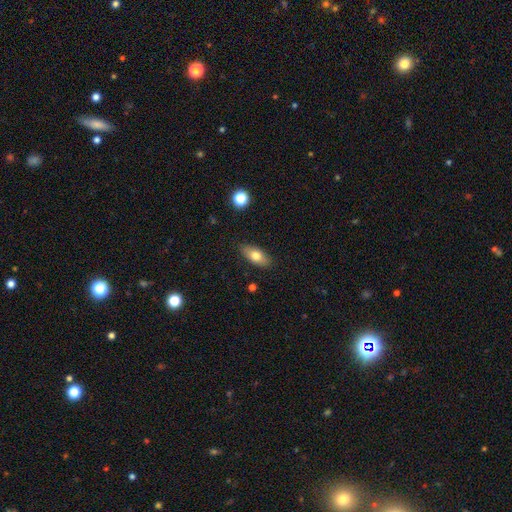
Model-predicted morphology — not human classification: Overall: smooth (73%). How rounded: in between (84%). Merging: none (86%).